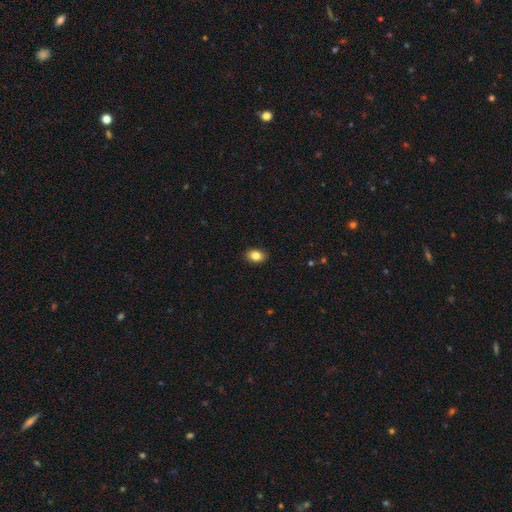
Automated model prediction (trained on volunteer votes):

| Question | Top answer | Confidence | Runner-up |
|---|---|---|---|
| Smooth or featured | smooth | 84% | star or artifact (9%) |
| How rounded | in between | 77% | round (22%) |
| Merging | none | 90% | minor disturbance (8%) |